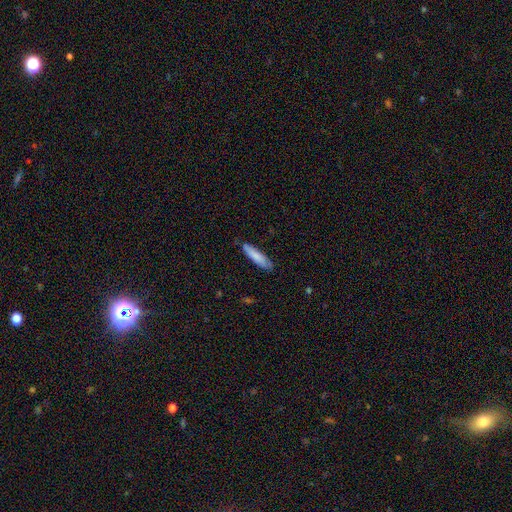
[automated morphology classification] Smooth or featured: smooth — 80% (featured or disk — 14%)
How rounded: cigar-shaped — 79% (in between — 20%)
Merging: none — 79% (minor disturbance — 16%)